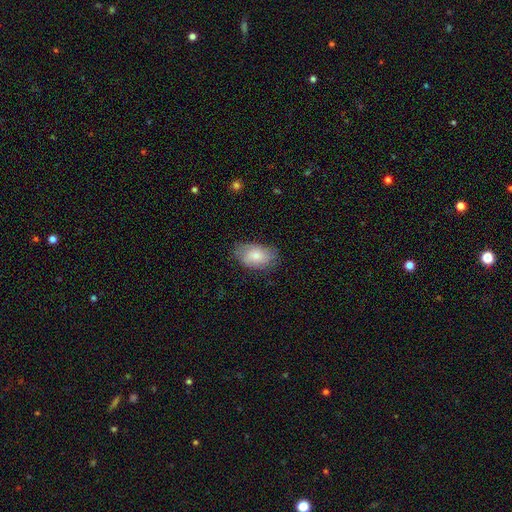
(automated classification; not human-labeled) Smooth or featured?
  - smooth: 65% *
  - featured or disk: 28%
  - star or artifact: 7%
How rounded?
  - in between: 90% *
  - round: 9%
  - cigar-shaped: 1%
Merging?
  - none: 70% *
  - minor disturbance: 23%
  - major disturbance: 6%
  - merger: 1%